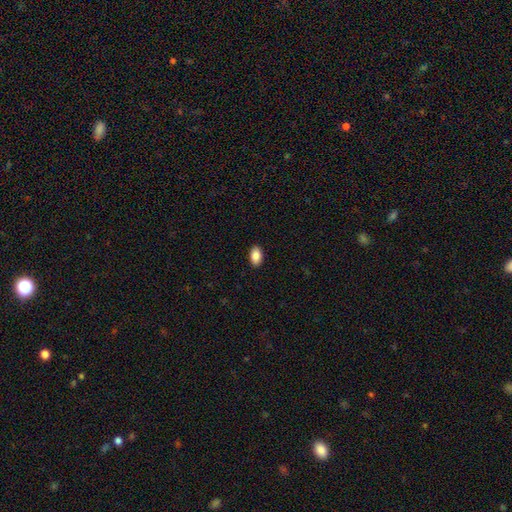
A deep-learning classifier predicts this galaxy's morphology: type=smooth (88%); roundness=in between (93%); merging=none (90%).